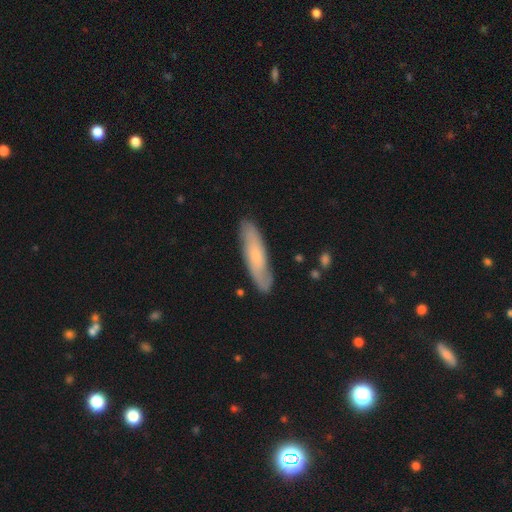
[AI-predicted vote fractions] Morphology: type=featured or disk (47%, tied with smooth); merging=none (84%).